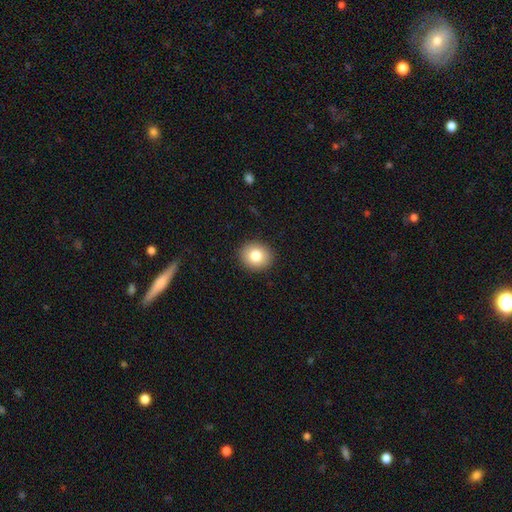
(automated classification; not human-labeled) Morphology: type=smooth (81%); roundness=round (77%); merging=none (91%).